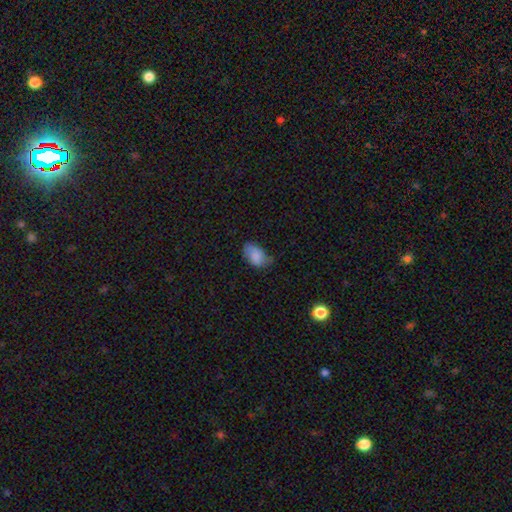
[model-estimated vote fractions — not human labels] smooth-or-featured: smooth: 82% | featured or disk: 10% | star or artifact: 8%
  how-rounded: in between: 90% | round: 9% | cigar-shaped: 1%
  merging: none: 53% | minor disturbance: 36% | major disturbance: 9% | merger: 2%